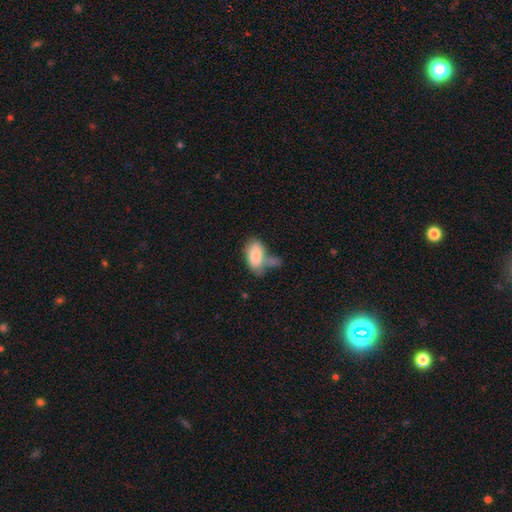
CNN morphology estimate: The model was most divided on "merging": merger: 35%, none: 29%, minor disturbance: 21%, major disturbance: 15%. More confident: how rounded — in between (93%); smooth or featured — smooth (80%).